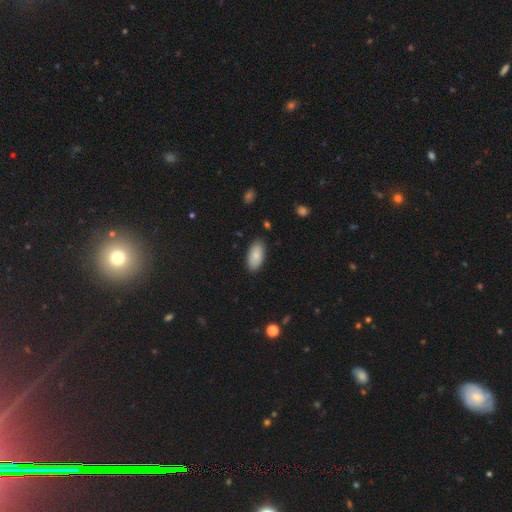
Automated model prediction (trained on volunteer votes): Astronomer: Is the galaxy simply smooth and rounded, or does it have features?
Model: smooth — 84%.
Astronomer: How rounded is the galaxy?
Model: in between — 93%.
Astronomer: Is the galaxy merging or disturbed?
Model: none — 86%.